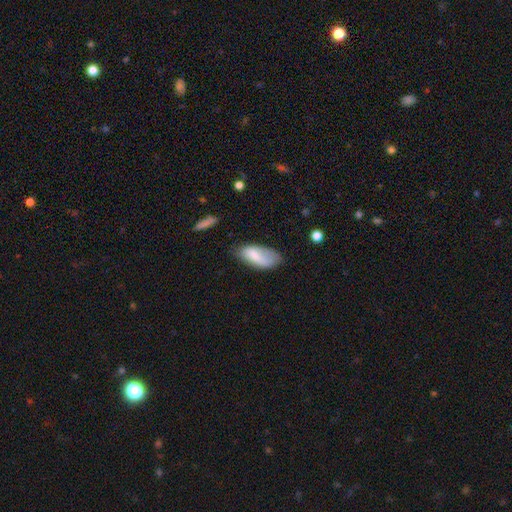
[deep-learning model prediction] Smooth or featured: smooth — 77% (featured or disk — 16%)
How rounded: in between — 89% (cigar-shaped — 9%)
Merging: none — 51% (minor disturbance — 33%)